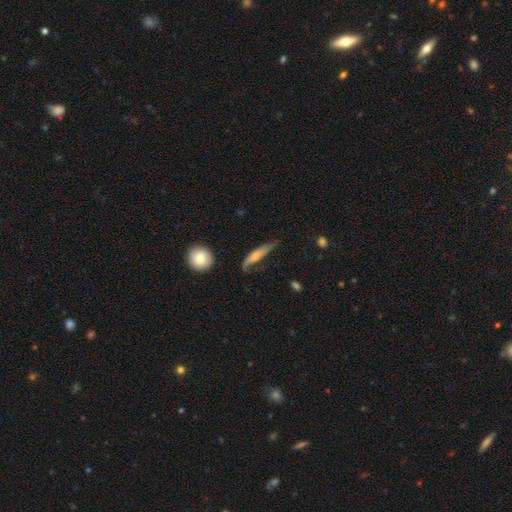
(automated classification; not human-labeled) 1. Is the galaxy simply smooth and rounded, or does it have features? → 58% smooth, 35% featured or disk, 7% star or artifact.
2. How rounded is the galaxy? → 76% cigar-shaped, 21% in between, 3% round.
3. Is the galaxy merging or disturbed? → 47% none, 33% minor disturbance, 16% major disturbance, 4% merger.